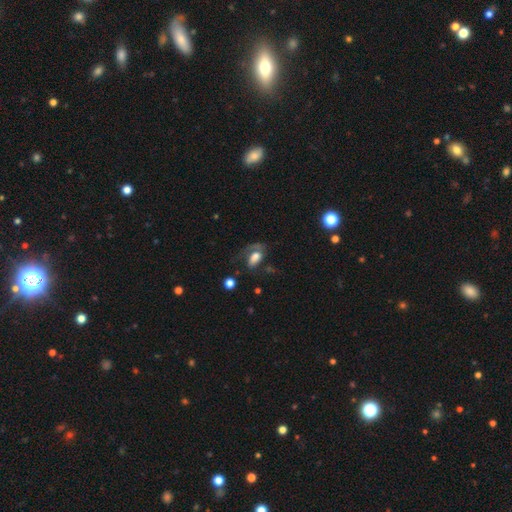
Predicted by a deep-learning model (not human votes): smooth_or_featured: smooth (p=0.55) [alt: featured or disk p=0.34]
how_rounded: in between (p=0.86) [alt: round p=0.09]
merging: major disturbance (p=0.38) [alt: none p=0.37]